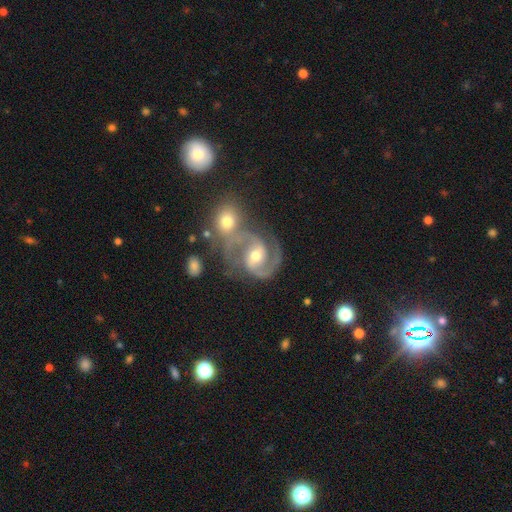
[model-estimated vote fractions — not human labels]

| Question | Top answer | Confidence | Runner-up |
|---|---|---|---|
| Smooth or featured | featured or disk | 90% | star or artifact (5%) |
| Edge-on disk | no | 98% | yes (2%) |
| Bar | weak | 44% | no (32%) |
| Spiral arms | yes | 98% | no (2%) |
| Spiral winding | medium | 62% | tight (26%) |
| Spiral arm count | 2 | 90% | 3 (3%) |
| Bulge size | moderate | 69% | small (25%) |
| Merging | none | 44% | merger (34%) |